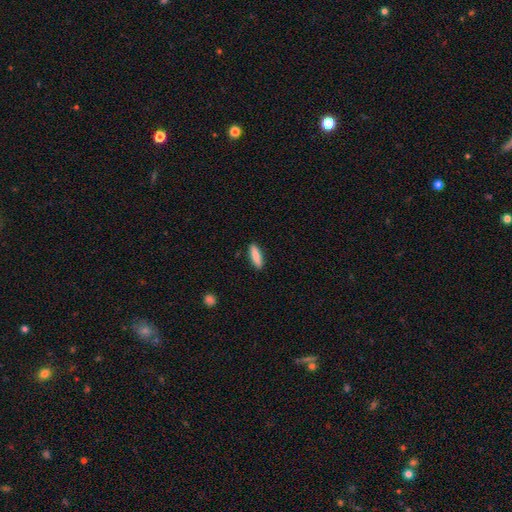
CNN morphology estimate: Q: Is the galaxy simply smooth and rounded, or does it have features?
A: smooth — 85%.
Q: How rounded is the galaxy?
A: cigar-shaped — 66%.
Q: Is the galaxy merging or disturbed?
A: none — 89%.